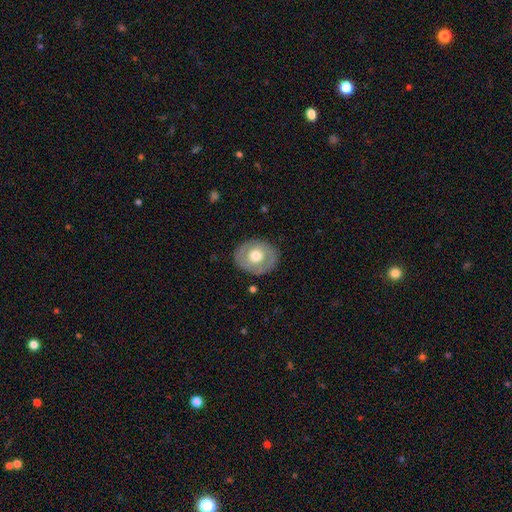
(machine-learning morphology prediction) smooth_or_featured: smooth (p=0.50) [alt: featured or disk p=0.45]
merging: none (p=0.84) [alt: minor disturbance p=0.11]